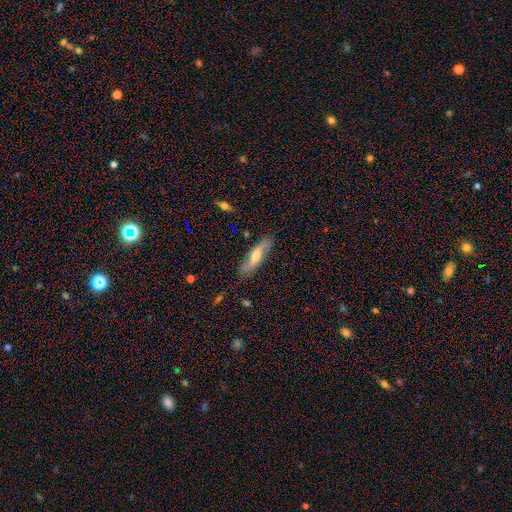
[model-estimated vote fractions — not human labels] Smooth or featured?
  - featured or disk: 51% *
  - smooth: 43%
  - star or artifact: 7%
Edge-on disk?
  - no: 51% *
  - yes: 49%
Merging?
  - none: 80% *
  - minor disturbance: 15%
  - major disturbance: 3%
  - merger: 2%